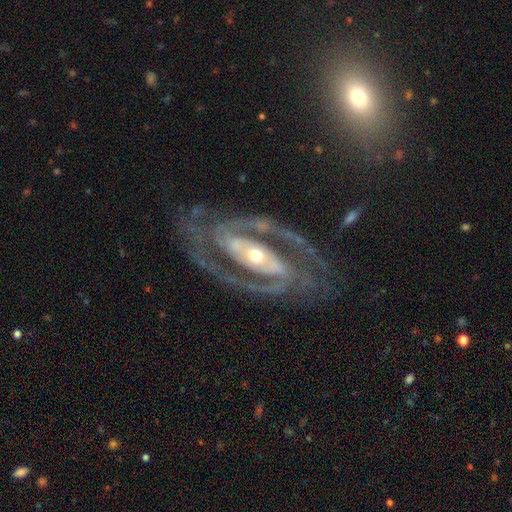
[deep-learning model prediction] Smooth or featured: featured or disk — 93% (star or artifact — 4%)
Edge-on disk: no — 97% (yes — 3%)
Bar: strong — 44% (no — 30%)
Spiral arms: yes — 98% (no — 2%)
Spiral winding: medium — 51% (tight — 39%)
Spiral arm count: 2 — 88% (3 — 5%)
Bulge size: moderate — 59% (small — 33%)
Merging: none — 75% (minor disturbance — 14%)